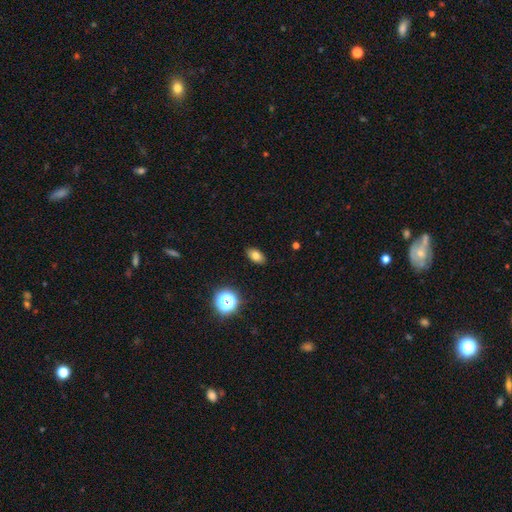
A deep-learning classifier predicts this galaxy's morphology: Smooth or featured? smooth (77%)
How rounded? in between (87%)
Merging? none (88%)